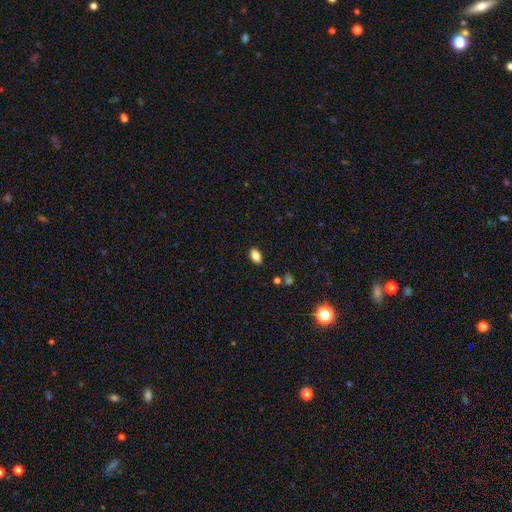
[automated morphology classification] smooth 83%, star or artifact 9%, featured or disk 7%. Down the decision tree: how rounded — in between (90%); merging — none (87%).